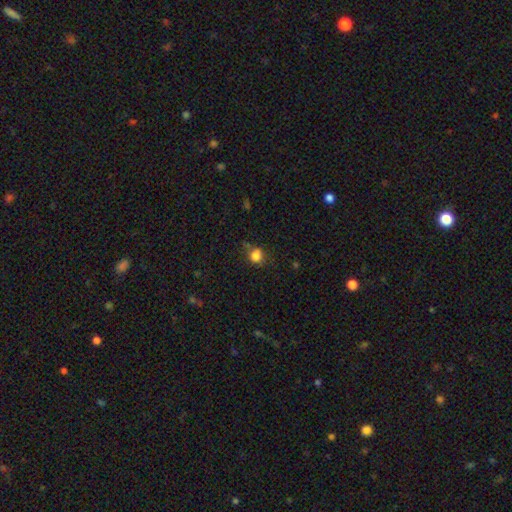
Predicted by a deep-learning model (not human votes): smooth_or_featured: smooth (p=0.82) [alt: star or artifact p=0.12]
how_rounded: round (p=0.73) [alt: in between p=0.26]
merging: none (p=0.67) [alt: minor disturbance p=0.21]